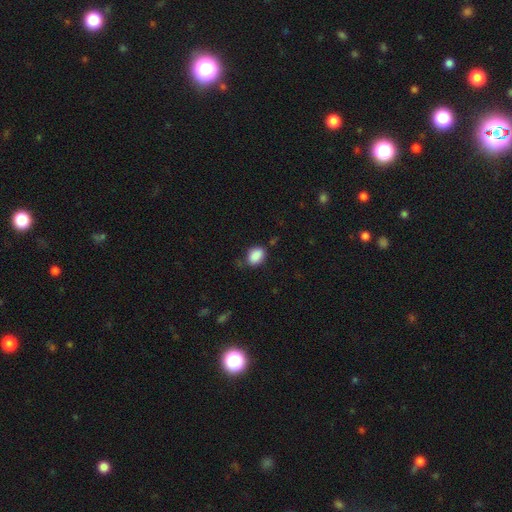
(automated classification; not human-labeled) Smooth or featured: smooth — 88% (star or artifact — 8%)
How rounded: in between — 75% (round — 24%)
Merging: none — 71% (minor disturbance — 21%)